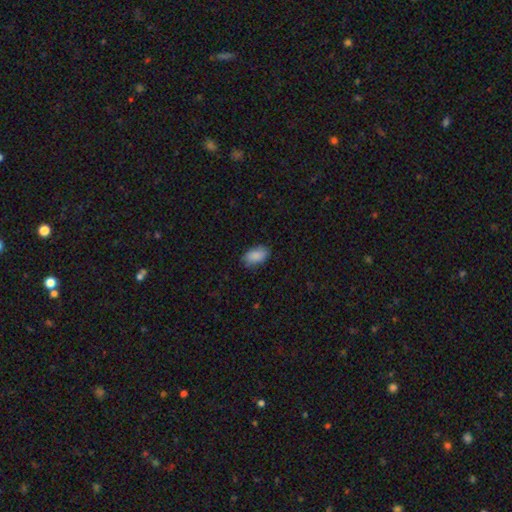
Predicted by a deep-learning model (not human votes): Smooth or featured? Predicted: smooth (p=0.88). How rounded? Predicted: in between (p=0.92). Merging? Predicted: none (p=0.81).